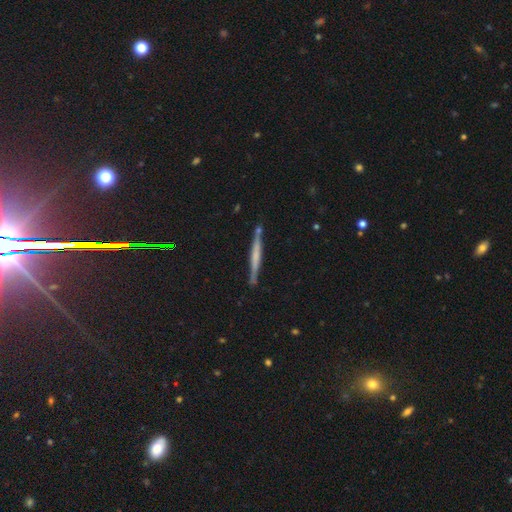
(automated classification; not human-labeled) Smooth or featured? Predicted: featured or disk (p=0.58). Edge-on disk? Predicted: yes (p=0.97). Edge-on bulge? Predicted: none (p=0.54). Merging? Predicted: none (p=0.84).